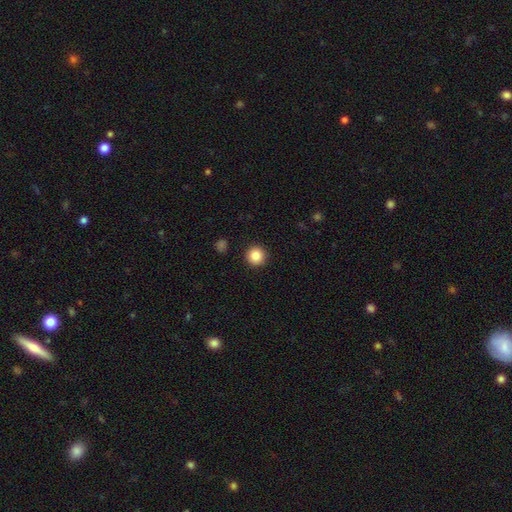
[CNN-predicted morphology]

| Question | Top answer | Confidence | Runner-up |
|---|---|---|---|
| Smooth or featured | smooth | 87% | star or artifact (9%) |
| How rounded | round | 95% | in between (4%) |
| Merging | none | 92% | minor disturbance (5%) |